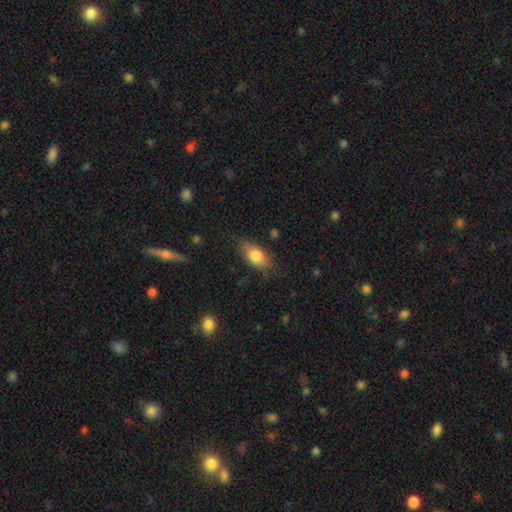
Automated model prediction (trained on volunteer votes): A smooth galaxy with no disk features (78%) that is in between round and cigar-shaped (86%).

Vote fractions:
- Smooth or featured? smooth: 78% / featured or disk: 15% / star or artifact: 7%
- How rounded? in between: 86% / cigar-shaped: 9% / round: 5%
- Merging? none: 75% / minor disturbance: 19% / major disturbance: 5% / merger: 1%